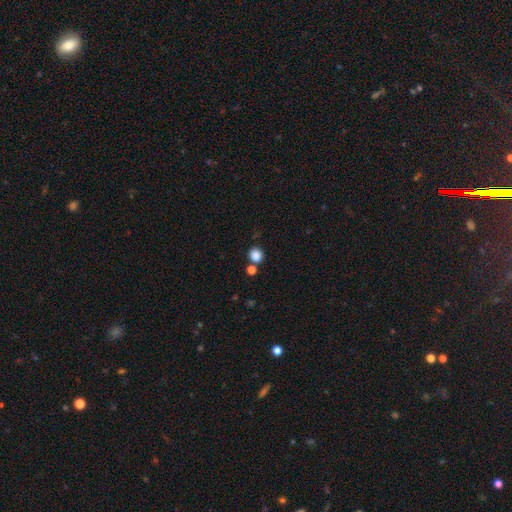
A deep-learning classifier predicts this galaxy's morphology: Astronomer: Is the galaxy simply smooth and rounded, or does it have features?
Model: smooth — 85%.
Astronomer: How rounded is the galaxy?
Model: round — 88%.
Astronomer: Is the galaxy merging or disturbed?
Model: none — 73%.